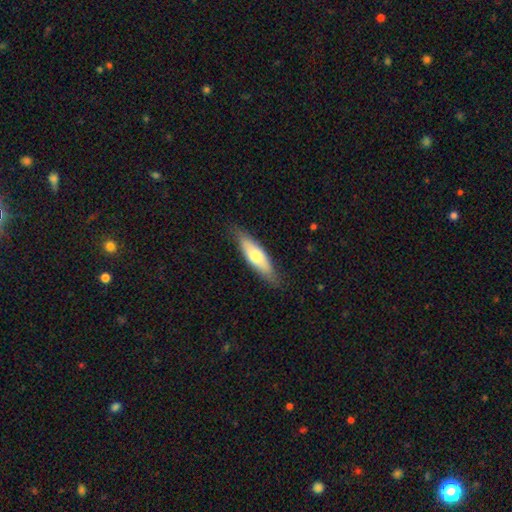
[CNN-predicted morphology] This appears to be a smooth galaxy with no disk features (64%) that is cigar-shaped (56%). Merging: none (82%).